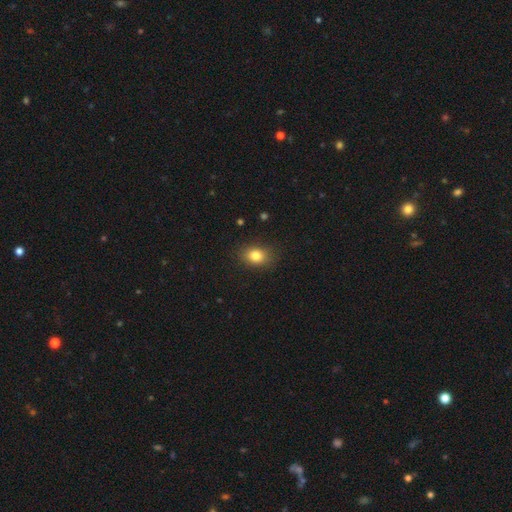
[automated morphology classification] This appears to be a smooth galaxy with no disk features (82%) that is in between round and cigar-shaped (61%). Merging: none (86%).